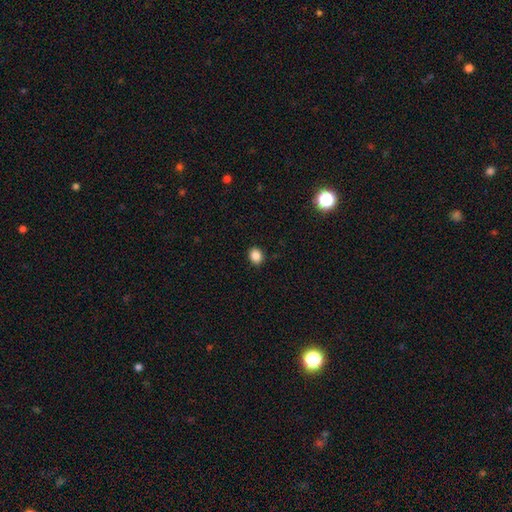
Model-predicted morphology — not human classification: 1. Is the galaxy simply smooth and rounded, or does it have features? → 87% smooth, 10% star or artifact, 3% featured or disk.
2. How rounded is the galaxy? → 56% round, 44% in between, 1% cigar-shaped.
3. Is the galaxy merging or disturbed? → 90% none, 7% minor disturbance, 2% major disturbance, 1% merger.